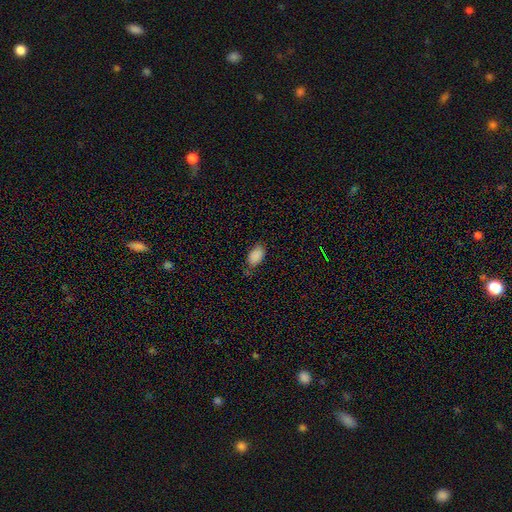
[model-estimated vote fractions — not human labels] A smooth galaxy with no disk features (87%) that is in between round and cigar-shaped (92%).

Vote fractions:
- Smooth or featured? smooth: 87% / star or artifact: 9% / featured or disk: 4%
- How rounded? in between: 92% / round: 6% / cigar-shaped: 2%
- Merging? none: 66% / minor disturbance: 26% / major disturbance: 5% / merger: 3%